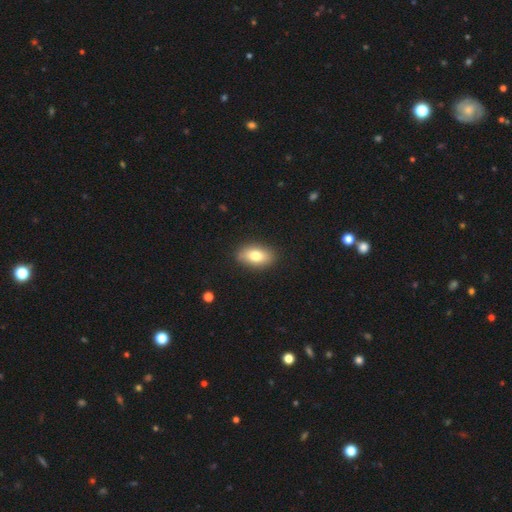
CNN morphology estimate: smooth-or-featured: smooth: 79% | featured or disk: 14% | star or artifact: 7%
  how-rounded: in between: 90% | round: 6% | cigar-shaped: 4%
  merging: none: 87% | minor disturbance: 9% | major disturbance: 2% | merger: 1%